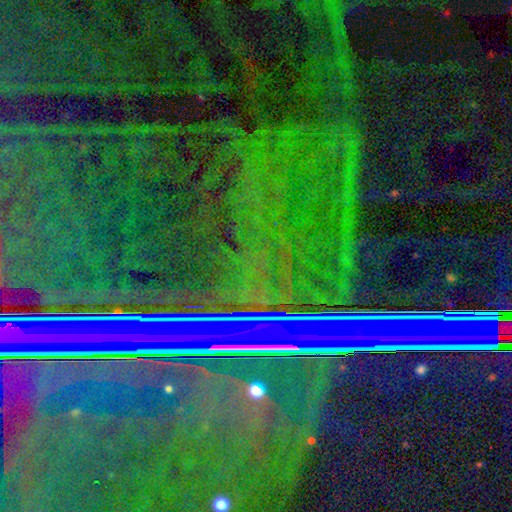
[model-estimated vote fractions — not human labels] star or artifact 86%, featured or disk 8%, smooth 5%.